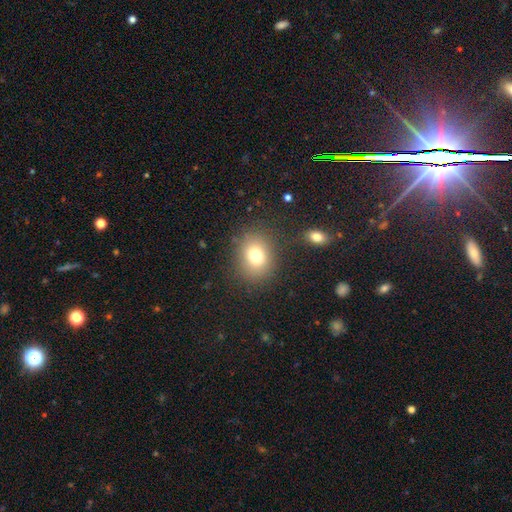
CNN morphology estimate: This appears to be a smooth galaxy with no disk features (77%) that is round (60%). Merging: none (82%).